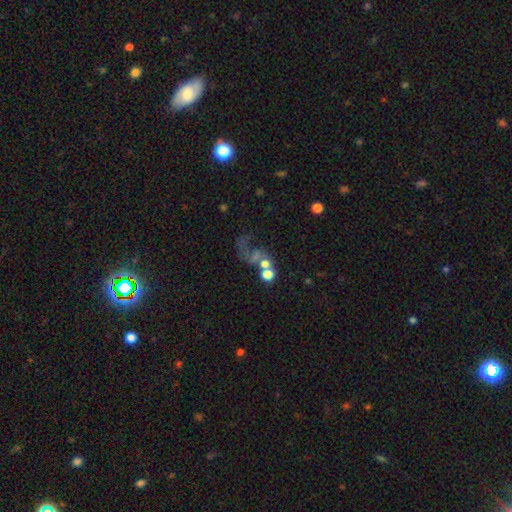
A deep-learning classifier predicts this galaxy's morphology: Q: Smooth or featured?
A: featured or disk (42%); runner-up: star or artifact (30%)
Q: Merging?
A: none (32%); runner-up: major disturbance (31%)